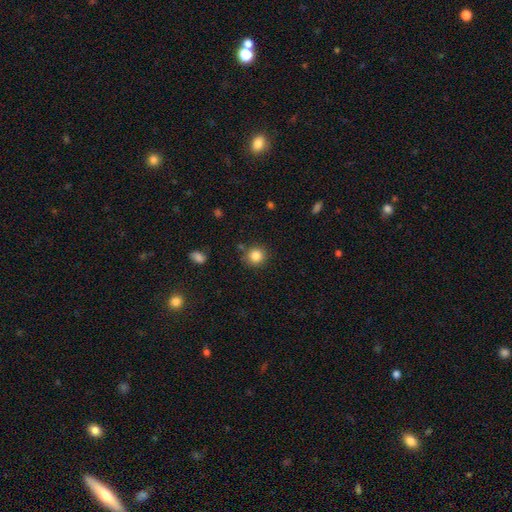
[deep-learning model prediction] The model was most divided on "merging": none: 83%, minor disturbance: 10%, merger: 4%, major disturbance: 3%. More confident: how rounded — round (87%); smooth or featured — smooth (85%).